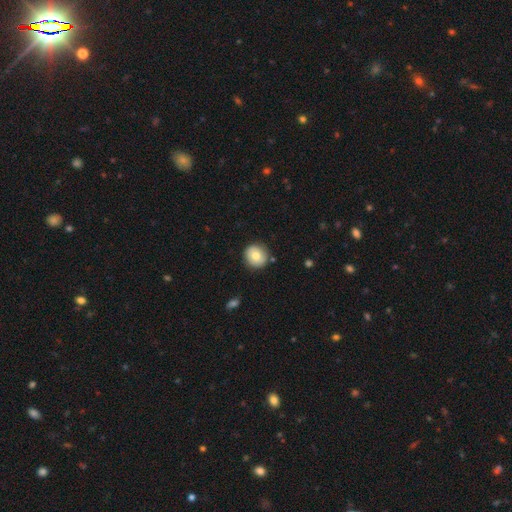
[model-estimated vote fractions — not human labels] This appears to be a smooth galaxy with no disk features (74%) that is round (91%). Merging: none (87%).